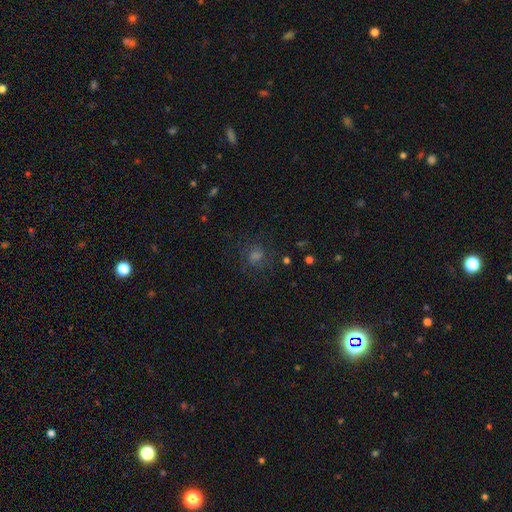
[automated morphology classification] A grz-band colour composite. It shows a smooth galaxy with no disk features (43%). Merging: none (75%).